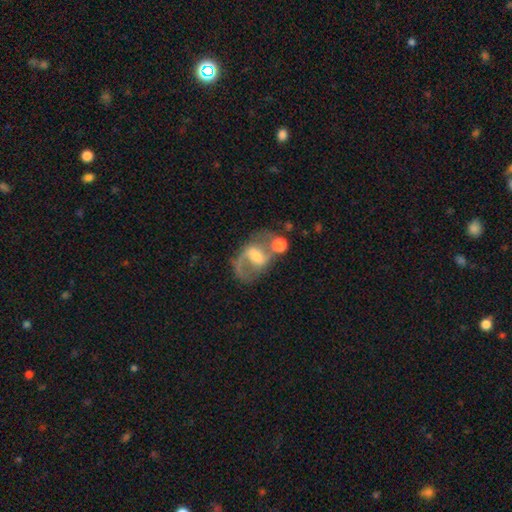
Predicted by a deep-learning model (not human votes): smooth-or-featured: featured or disk: 73% | smooth: 18% | star or artifact: 9%
  disk-edge-on: no: 97% | yes: 3%
    bar: weak: 47% | strong: 31% | no: 22%
    has-spiral-arms: yes: 85% | no: 15%
      spiral-winding: medium: 47% | loose: 41% | tight: 12%
      spiral-arm-count: 2: 75% | 1: 16% | can't tell: 6% | 3: 1% | 4: 1% | more than 4: 1%
    bulge-size: moderate: 37% | small: 32% | none: 16% | large: 13% | dominant: 2%
  merging: none: 46% | merger: 20% | major disturbance: 17% | minor disturbance: 17%